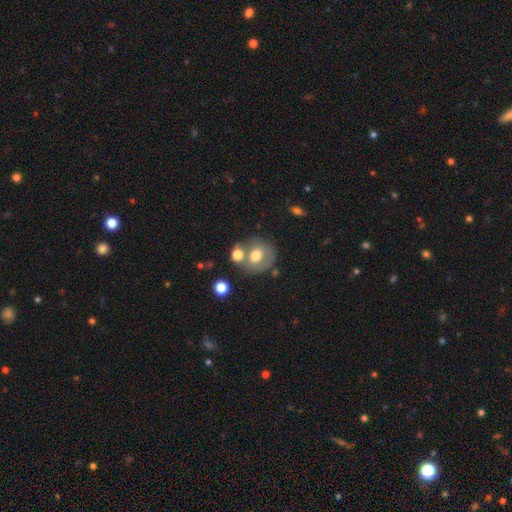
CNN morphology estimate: smooth 63%, featured or disk 27%, star or artifact 10%. Down the decision tree: how rounded — round (78%); merging — none (53%).